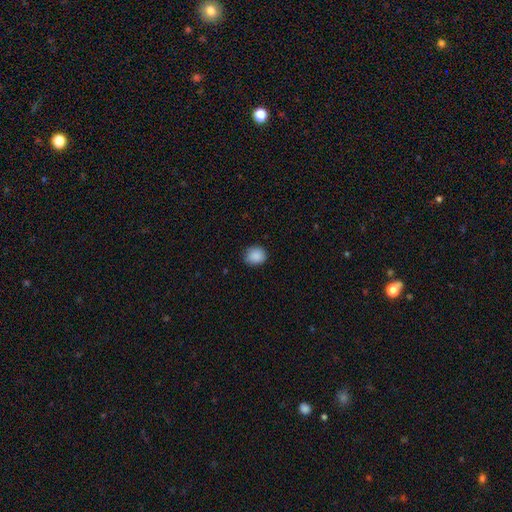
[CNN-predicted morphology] smooth_or_featured: smooth (p=0.89) [alt: star or artifact p=0.08]
how_rounded: round (p=0.76) [alt: in between p=0.23]
merging: none (p=0.84) [alt: minor disturbance p=0.13]